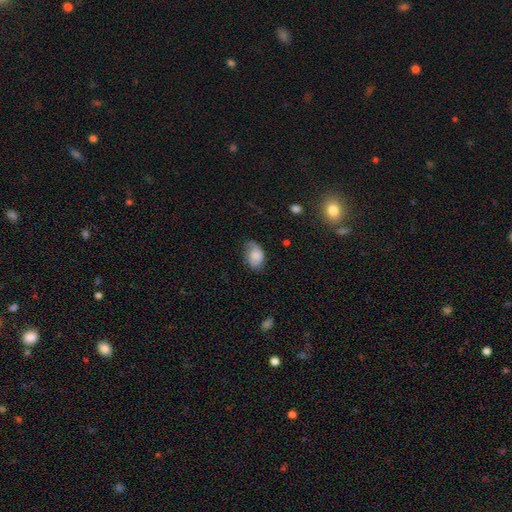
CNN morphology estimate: Smooth or featured? smooth (76%)
How rounded? in between (84%)
Merging? none (53%)